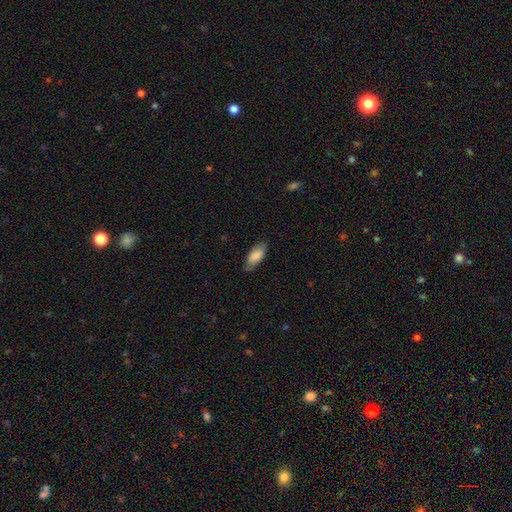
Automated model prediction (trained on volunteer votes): A smooth galaxy with no disk features (84%) that is in between round and cigar-shaped (87%).

Vote fractions:
- Smooth or featured? smooth: 84% / featured or disk: 11% / star or artifact: 6%
- How rounded? in between: 87% / cigar-shaped: 11% / round: 2%
- Merging? none: 76% / minor disturbance: 19% / major disturbance: 4% / merger: 1%